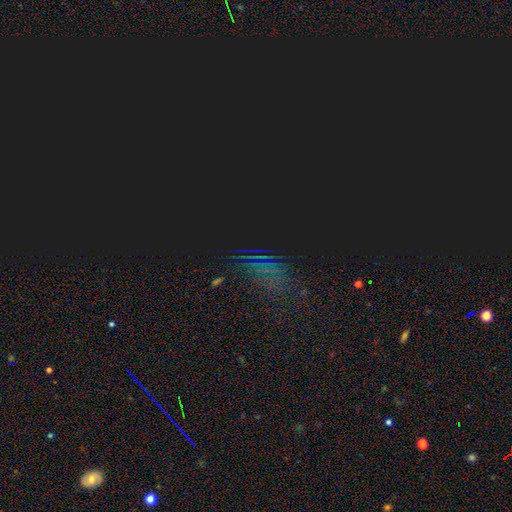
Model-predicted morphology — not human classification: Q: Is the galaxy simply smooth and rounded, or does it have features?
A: star or artifact — 63%.